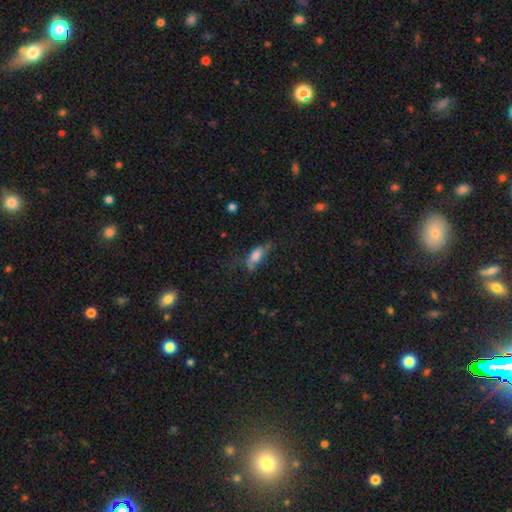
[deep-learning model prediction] smooth-or-featured: smooth: 65% | featured or disk: 25% | star or artifact: 10%
  how-rounded: in between: 71% | cigar-shaped: 26% | round: 3%
  merging: none: 48% | minor disturbance: 29% | major disturbance: 20% | merger: 3%